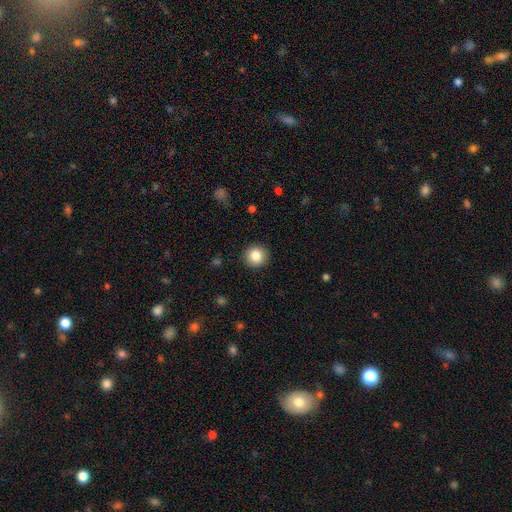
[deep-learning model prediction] A smooth galaxy with no disk features (85%) that is round (93%). Merging: none (92%).